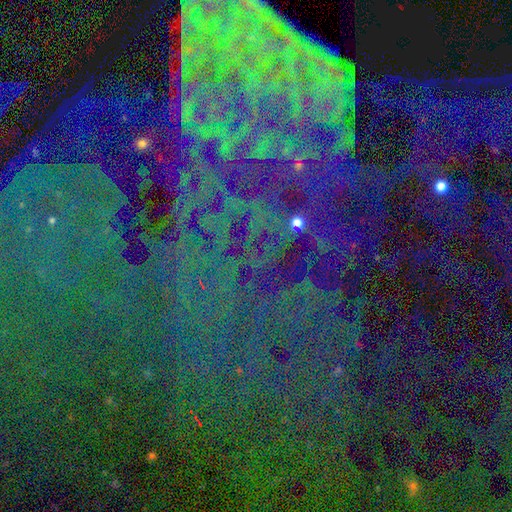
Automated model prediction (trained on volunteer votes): smooth-or-featured: star or artifact: 80% | featured or disk: 11% | smooth: 9%